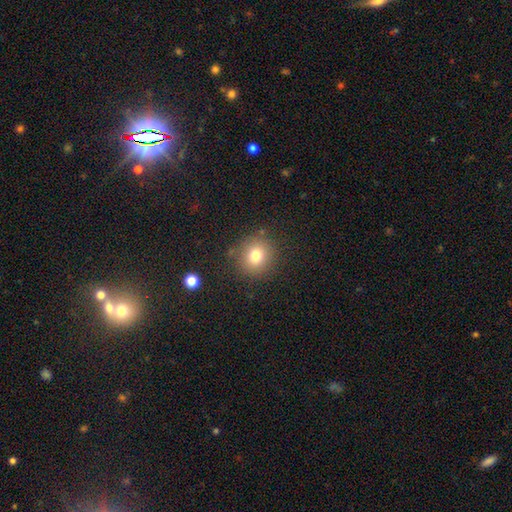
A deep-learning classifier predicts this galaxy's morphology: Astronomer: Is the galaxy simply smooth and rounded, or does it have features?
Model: smooth — 78%.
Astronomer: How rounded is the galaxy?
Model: round — 86%.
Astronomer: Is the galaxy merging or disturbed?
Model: none — 84%.